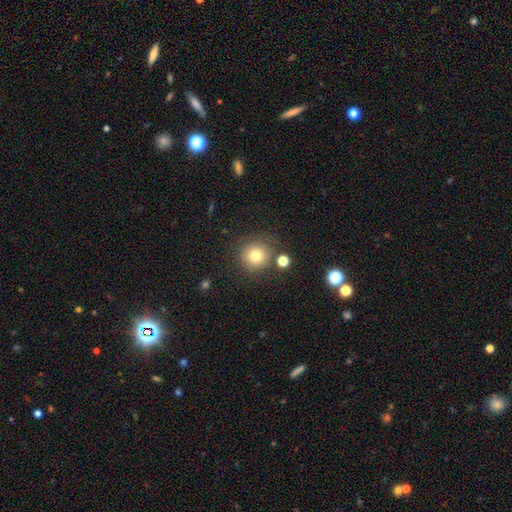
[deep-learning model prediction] A smooth galaxy with no disk features (77%) that is round (93%).

Vote fractions:
- Smooth or featured? smooth: 77% / star or artifact: 13% / featured or disk: 10%
- How rounded? round: 93% / in between: 6% / cigar-shaped: 1%
- Merging? none: 80% / minor disturbance: 9% / merger: 6% / major disturbance: 4%